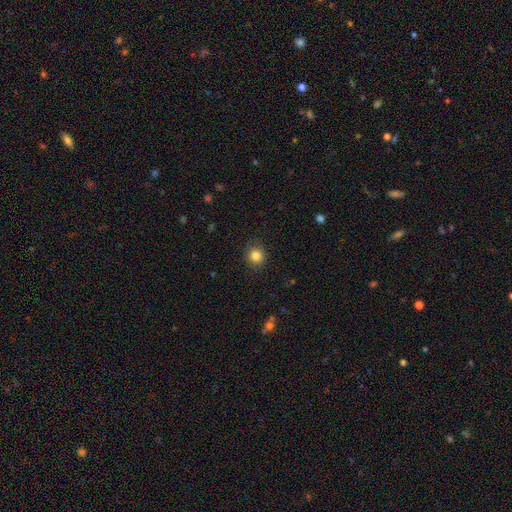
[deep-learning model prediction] smooth_or_featured: smooth (p=0.84) [alt: star or artifact p=0.11]
how_rounded: round (p=0.87) [alt: in between p=0.12]
merging: none (p=0.88) [alt: minor disturbance p=0.08]